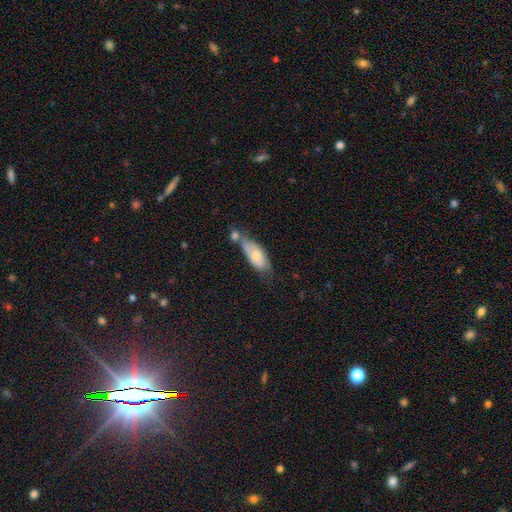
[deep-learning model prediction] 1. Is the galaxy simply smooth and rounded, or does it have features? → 62% smooth, 31% featured or disk, 6% star or artifact.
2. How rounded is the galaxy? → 78% in between, 19% cigar-shaped, 3% round.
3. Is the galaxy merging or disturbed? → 37% merger, 31% none, 22% minor disturbance, 10% major disturbance.